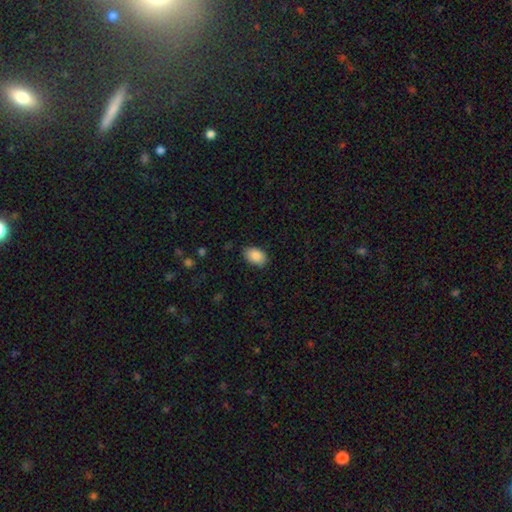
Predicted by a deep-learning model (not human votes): A smooth galaxy with no disk features (89%) that is in between round and cigar-shaped (89%).

Vote fractions:
- Smooth or featured? smooth: 89% / star or artifact: 7% / featured or disk: 4%
- How rounded? in between: 89% / round: 9% / cigar-shaped: 1%
- Merging? none: 85% / minor disturbance: 12% / major disturbance: 3% / merger: 1%